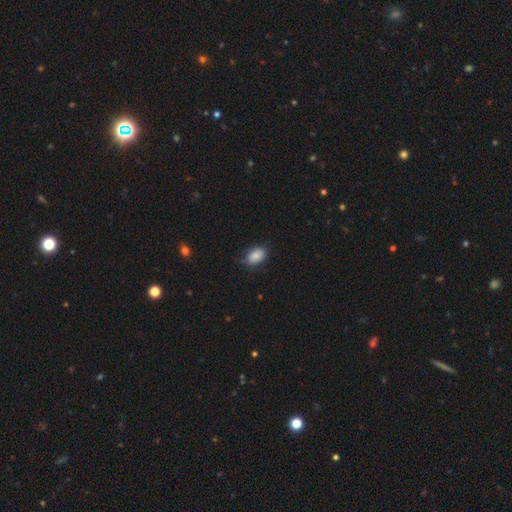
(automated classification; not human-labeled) smooth-or-featured: smooth: 87% | star or artifact: 8% | featured or disk: 5%
  how-rounded: in between: 86% | round: 12% | cigar-shaped: 1%
  merging: none: 74% | minor disturbance: 21% | major disturbance: 4% | merger: 1%